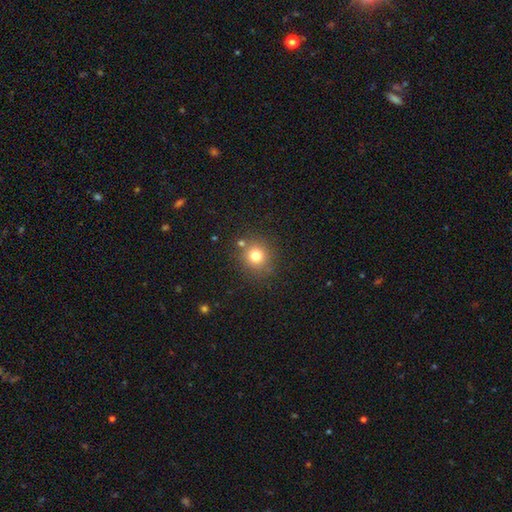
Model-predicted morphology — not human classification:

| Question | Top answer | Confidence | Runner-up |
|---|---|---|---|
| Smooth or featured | smooth | 77% | star or artifact (15%) |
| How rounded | round | 91% | in between (8%) |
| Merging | none | 80% | minor disturbance (9%) |